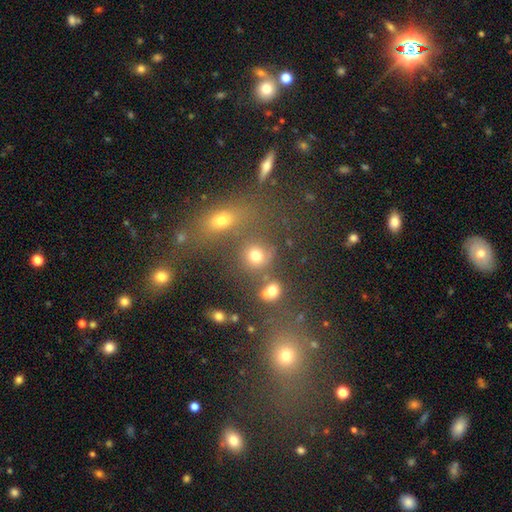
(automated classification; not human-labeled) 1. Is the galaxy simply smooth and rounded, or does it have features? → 74% smooth, 18% star or artifact, 9% featured or disk.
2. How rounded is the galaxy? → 75% round, 24% in between, 2% cigar-shaped.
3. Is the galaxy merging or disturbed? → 58% none, 23% merger, 11% minor disturbance, 8% major disturbance.